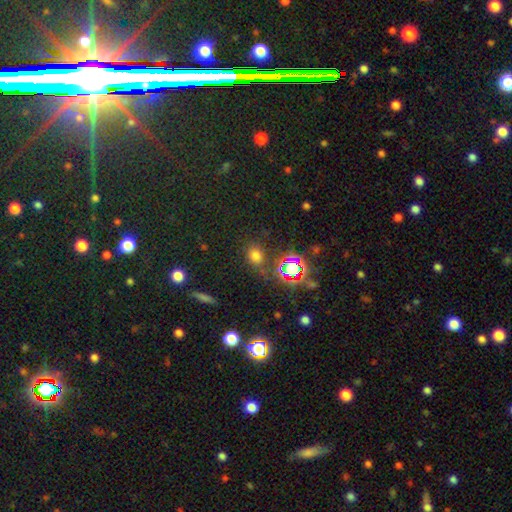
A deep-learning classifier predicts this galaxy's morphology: Q: Smooth or featured?
A: smooth (64%); runner-up: star or artifact (29%)
Q: How rounded?
A: round (57%); runner-up: in between (41%)
Q: Merging?
A: none (77%); runner-up: minor disturbance (12%)